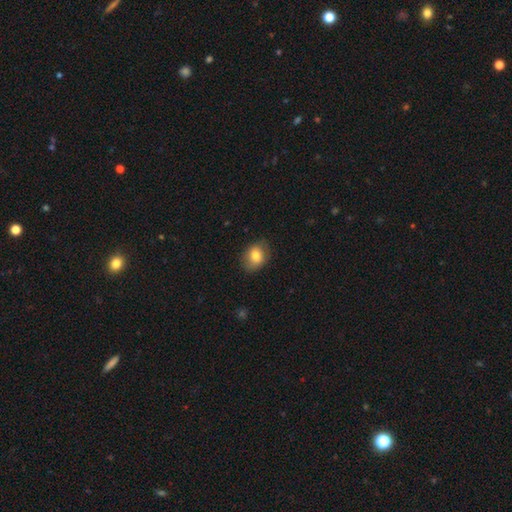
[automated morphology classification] Smooth or featured? smooth (76%)
How rounded? in between (61%)
Merging? none (78%)